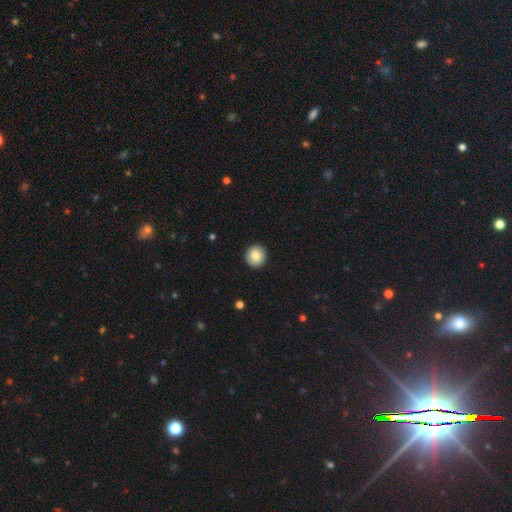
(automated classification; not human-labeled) smooth 85%, star or artifact 8%, featured or disk 7%. Down the decision tree: how rounded — round (93%); merging — none (92%).